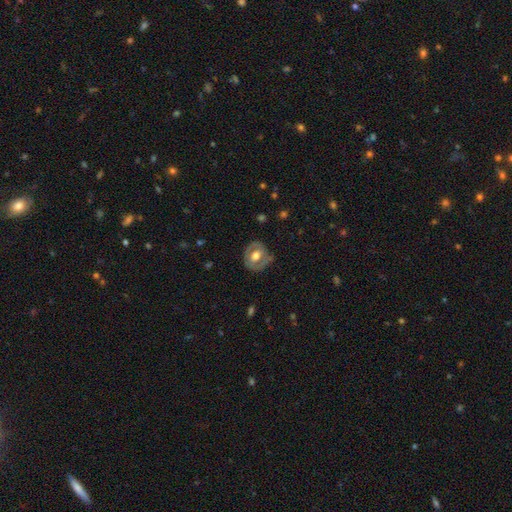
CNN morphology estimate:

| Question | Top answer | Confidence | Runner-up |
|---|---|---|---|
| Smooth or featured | featured or disk | 55% | smooth (40%) |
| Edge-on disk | no | 96% | yes (4%) |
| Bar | no | 63% | weak (28%) |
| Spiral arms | no | 65% | yes (35%) |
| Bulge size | moderate | 63% | large (30%) |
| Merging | none | 72% | minor disturbance (19%) |